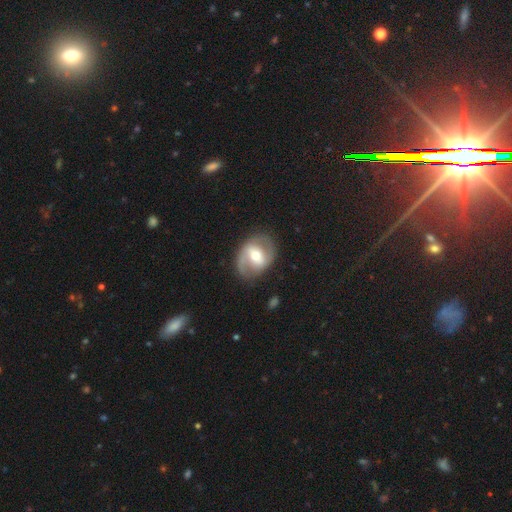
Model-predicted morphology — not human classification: smooth-or-featured: featured or disk: 74% | smooth: 20% | star or artifact: 6%
  disk-edge-on: no: 96% | yes: 4%
    bar: weak: 42% | strong: 37% | no: 21%
    has-spiral-arms: yes: 78% | no: 22%
      spiral-winding: medium: 47% | loose: 30% | tight: 23%
      spiral-arm-count: 2: 85% | can't tell: 8% | 1: 4% | 3: 1% | 4: 1% | more than 4: 1%
    bulge-size: moderate: 67% | small: 23% | large: 9% | dominant: 1% | none: 1%
  merging: none: 79% | minor disturbance: 13% | major disturbance: 6% | merger: 1%